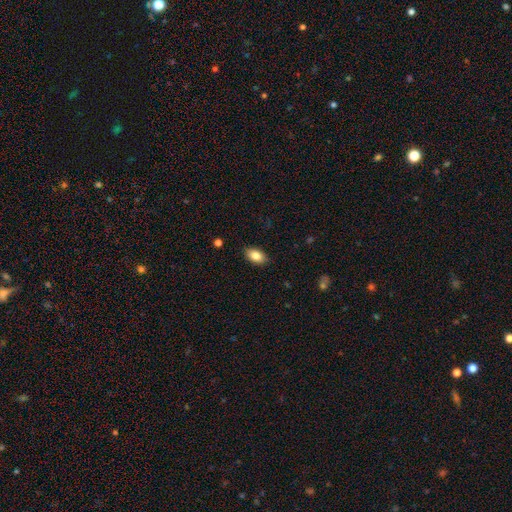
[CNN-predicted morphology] A smooth galaxy with no disk features (85%) that is in between round and cigar-shaped (91%).

Vote fractions:
- Smooth or featured? smooth: 85% / star or artifact: 8% / featured or disk: 7%
- How rounded? in between: 91% / round: 7% / cigar-shaped: 2%
- Merging? none: 87% / minor disturbance: 10% / major disturbance: 2% / merger: 1%